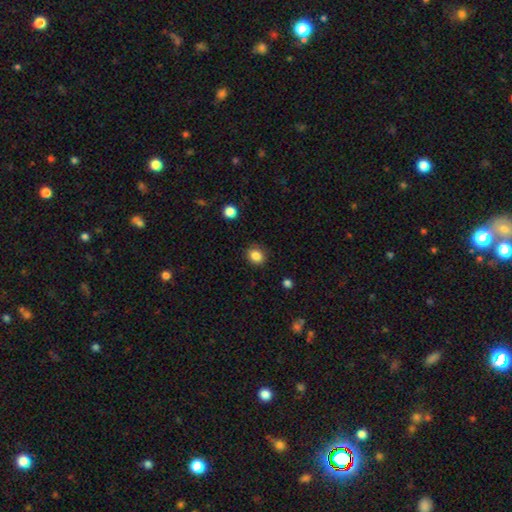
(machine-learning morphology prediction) smooth 86%, star or artifact 10%, featured or disk 4%. Down the decision tree: how rounded — round (63%); merging — none (86%).